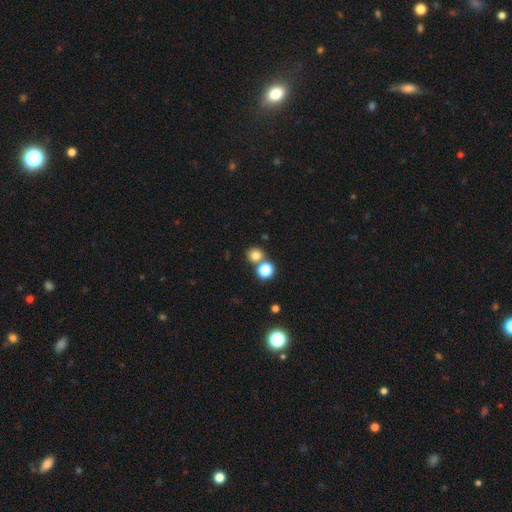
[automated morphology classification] Smooth or featured?
  - smooth: 78% *
  - star or artifact: 16%
  - featured or disk: 7%
How rounded?
  - round: 87% *
  - in between: 12%
  - cigar-shaped: 1%
Merging?
  - none: 67% *
  - merger: 24%
  - minor disturbance: 7%
  - major disturbance: 3%